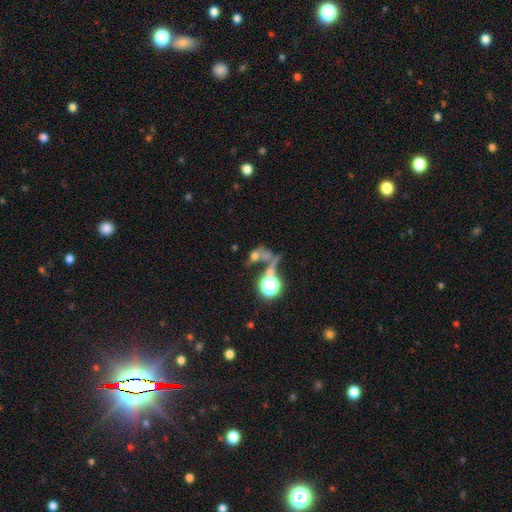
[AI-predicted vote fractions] This is possibly a star or artifact rather than a galaxy (47%).